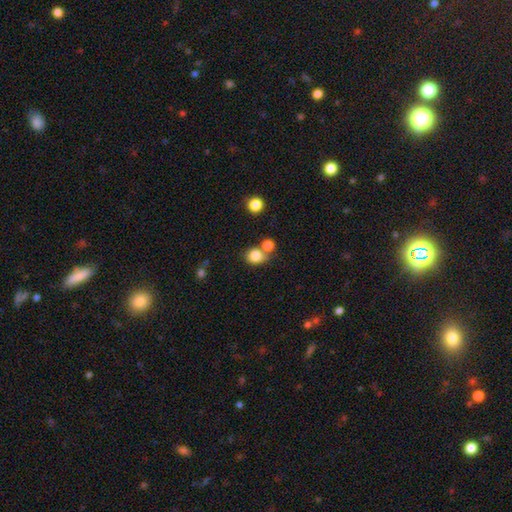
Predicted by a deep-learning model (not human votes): The model was most divided on "merging": none: 54%, merger: 30%, minor disturbance: 11%, major disturbance: 4%. More confident: smooth or featured — smooth (82%); how rounded — round (69%).